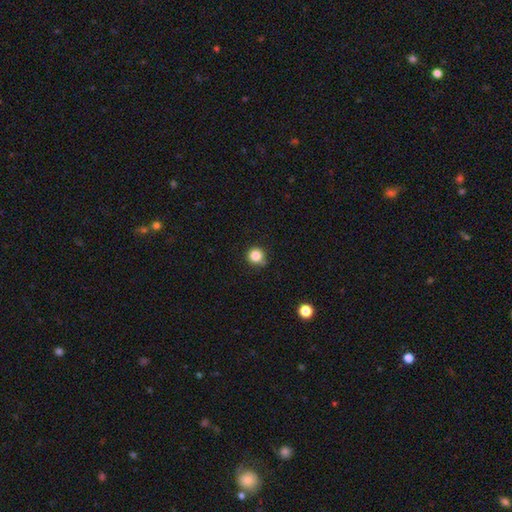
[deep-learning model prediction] Morphology: type=smooth (85%); roundness=round (94%); merging=none (82%).